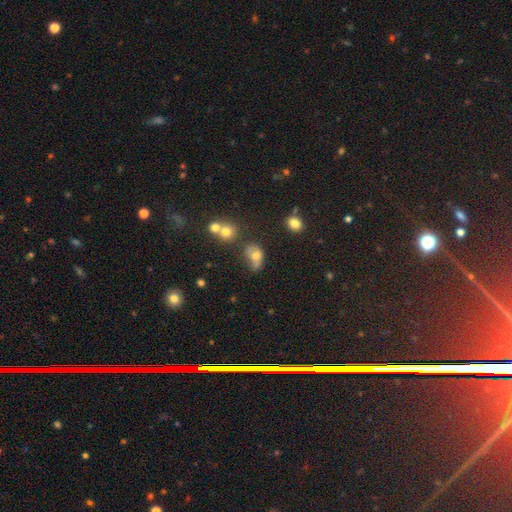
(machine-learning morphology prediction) smooth_or_featured: smooth (p=0.69) [alt: featured or disk p=0.18]
how_rounded: in between (p=0.66) [alt: round p=0.32]
merging: none (p=0.34) [alt: minor disturbance p=0.30]